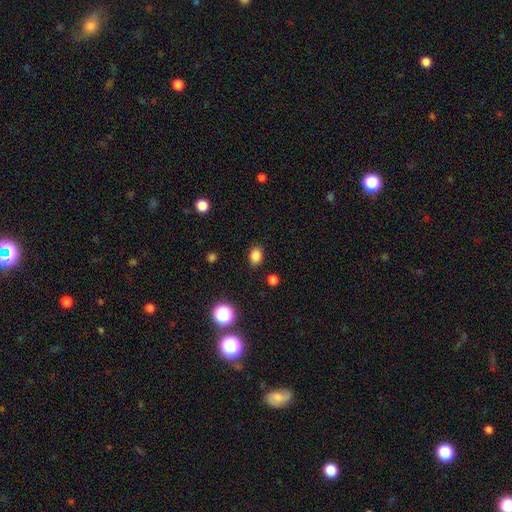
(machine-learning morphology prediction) Smooth or featured: smooth — 84% (star or artifact — 12%)
How rounded: in between — 64% (round — 35%)
Merging: none — 87% (minor disturbance — 9%)